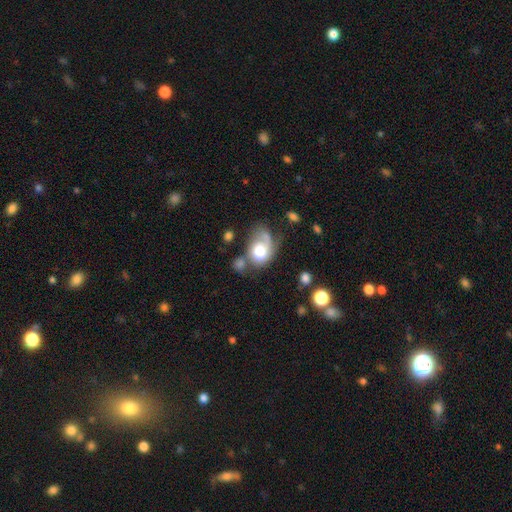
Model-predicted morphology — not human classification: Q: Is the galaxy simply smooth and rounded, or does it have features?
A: smooth — 51%.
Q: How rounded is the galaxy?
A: in between — 59%.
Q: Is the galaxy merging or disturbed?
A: none — 34%.